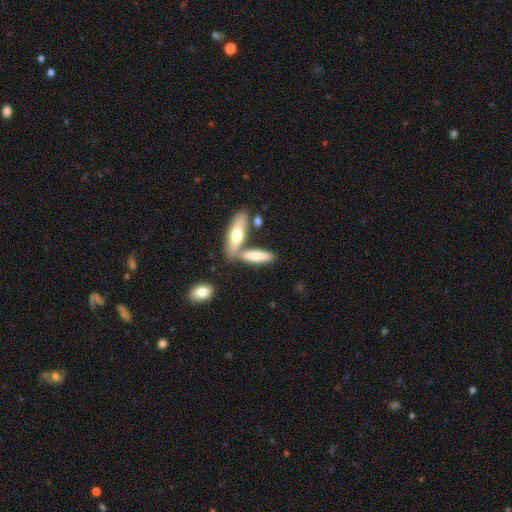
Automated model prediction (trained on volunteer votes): Smooth or featured? Predicted: smooth (p=0.75). How rounded? Predicted: cigar-shaped (p=0.60). Merging? Predicted: none (p=0.55).